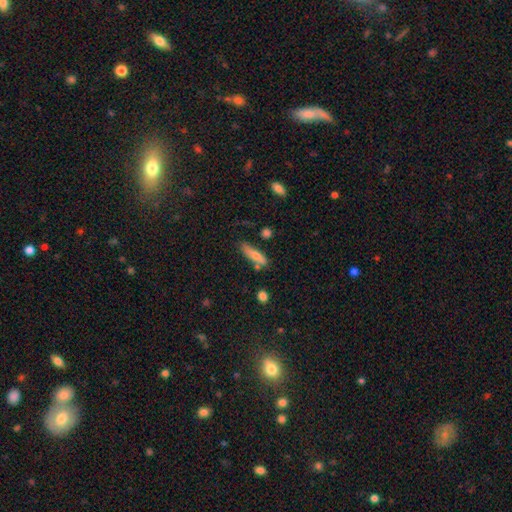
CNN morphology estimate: This is likely a smooth galaxy (68%). How rounded: likely cigar-shaped (70%). Merging: likely none (69%).